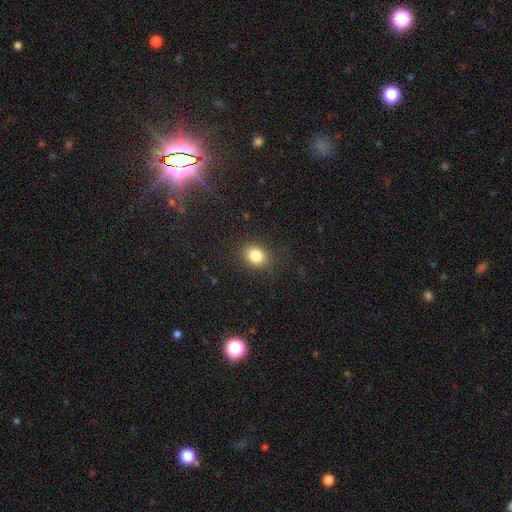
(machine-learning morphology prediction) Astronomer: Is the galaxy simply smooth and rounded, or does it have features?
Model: smooth — 82%.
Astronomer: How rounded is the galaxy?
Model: round — 59% (runner-up: in between, 40%).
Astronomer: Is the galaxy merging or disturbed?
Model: none — 87%.